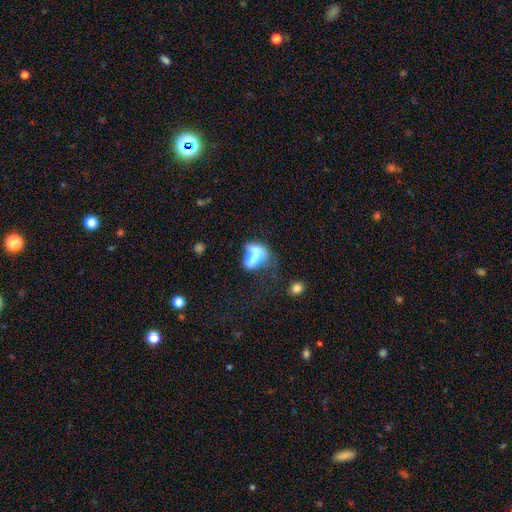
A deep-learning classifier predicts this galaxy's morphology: A smooth galaxy with no disk features (64%) that is in between round and cigar-shaped (79%). Merging: merger (53%).